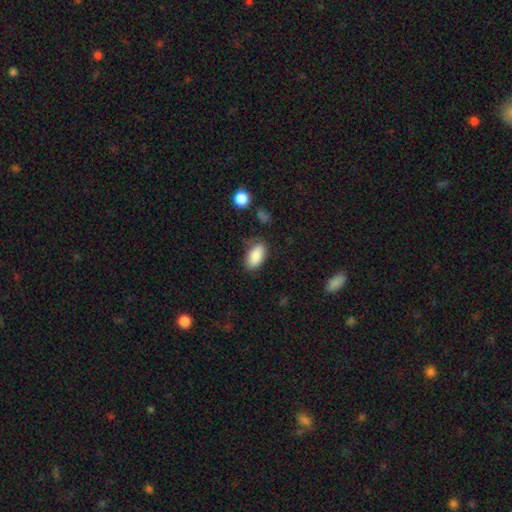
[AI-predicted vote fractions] A smooth galaxy with no disk features (88%) that is in between round and cigar-shaped (92%).

Vote fractions:
- Smooth or featured? smooth: 88% / star or artifact: 7% / featured or disk: 5%
- How rounded? in between: 92% / cigar-shaped: 4% / round: 3%
- Merging? none: 77% / minor disturbance: 16% / major disturbance: 4% / merger: 3%